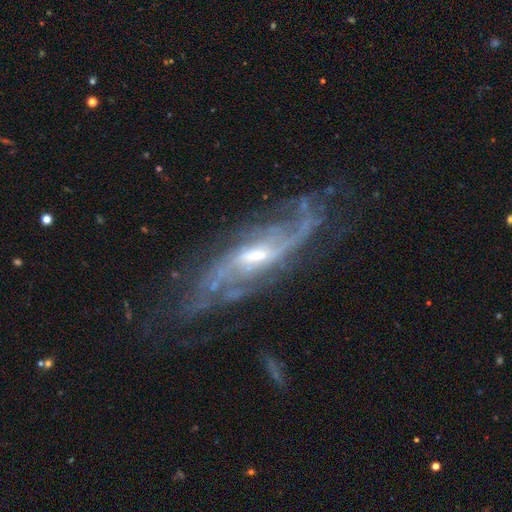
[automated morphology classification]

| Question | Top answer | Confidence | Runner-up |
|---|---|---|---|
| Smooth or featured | featured or disk | 88% | star or artifact (6%) |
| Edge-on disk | no | 86% | yes (14%) |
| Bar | weak | 50% | strong (25%) |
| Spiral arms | yes | 95% | no (5%) |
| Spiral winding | medium | 41% | loose (38%) |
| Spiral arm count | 2 | 52% | can't tell (20%) |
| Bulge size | moderate | 50% | small (38%) |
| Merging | none | 64% | minor disturbance (19%) |